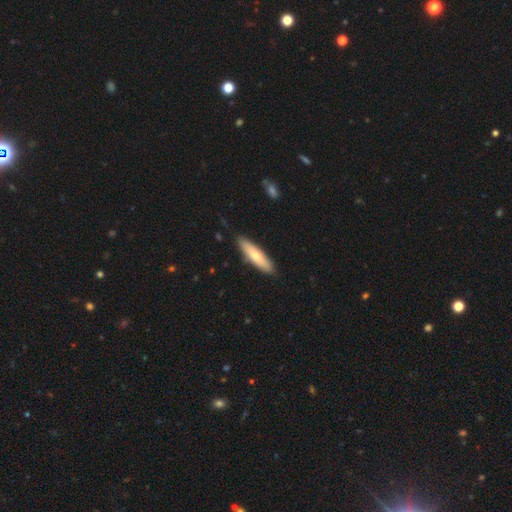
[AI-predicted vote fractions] A smooth galaxy with no disk features (67%) that is cigar-shaped (69%). Merging: none (86%).